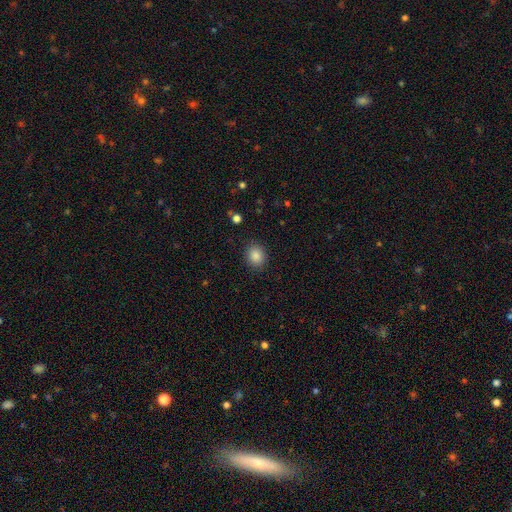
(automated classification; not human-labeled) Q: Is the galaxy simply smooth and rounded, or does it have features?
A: smooth — 86%.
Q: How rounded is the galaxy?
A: round — 64%.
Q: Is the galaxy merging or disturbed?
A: none — 88%.